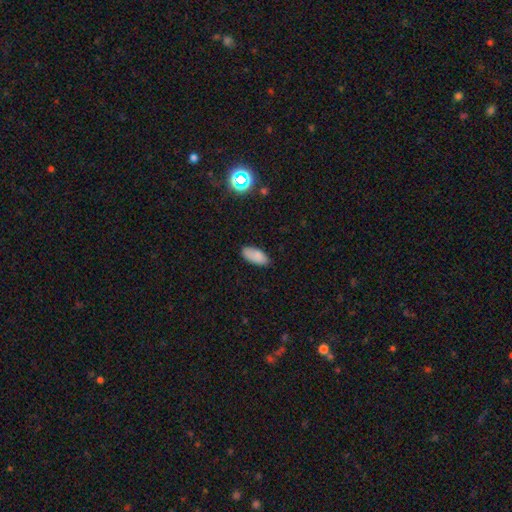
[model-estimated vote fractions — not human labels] Overall: smooth (85%). How rounded: in between (89%). Merging: none (83%).